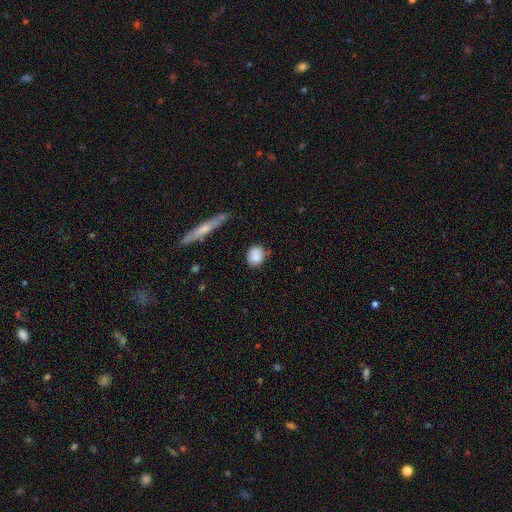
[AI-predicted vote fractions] smooth 86%, star or artifact 8%, featured or disk 7%. Down the decision tree: how rounded — round (66%); merging — none (74%).